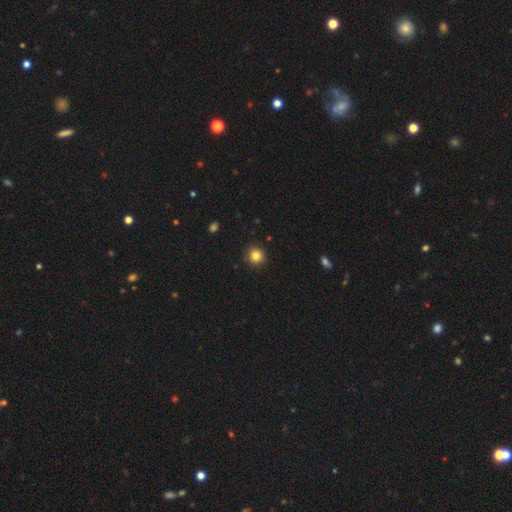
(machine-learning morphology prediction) This is clearly a smooth galaxy (83%). How rounded: clearly round (93%). Merging: clearly none (90%).